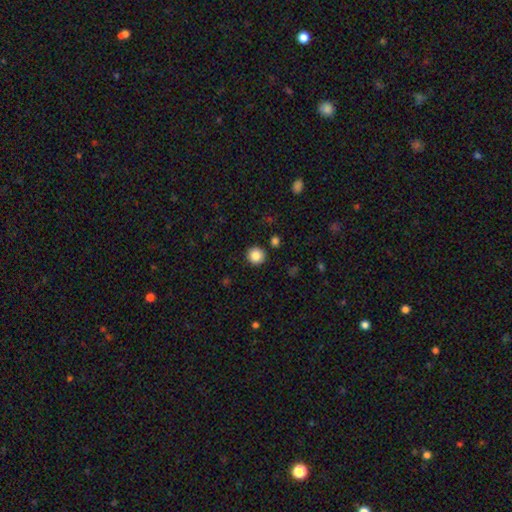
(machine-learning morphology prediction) Q: Smooth or featured?
A: smooth (86%); runner-up: star or artifact (10%)
Q: How rounded?
A: round (93%); runner-up: in between (6%)
Q: Merging?
A: none (91%); runner-up: minor disturbance (5%)